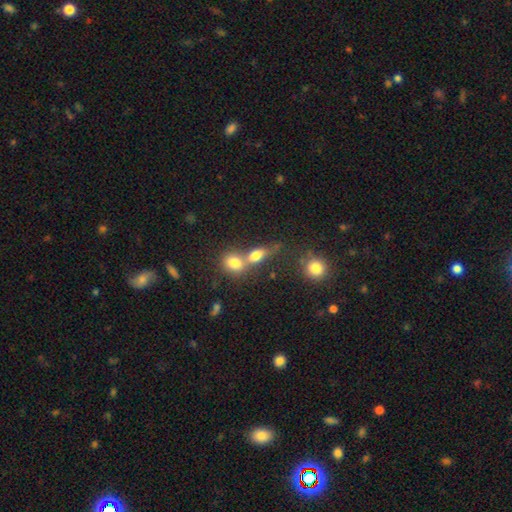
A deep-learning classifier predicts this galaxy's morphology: A smooth galaxy with no disk features (74%) that is in between round and cigar-shaped (61%). Merging: merger (55%).